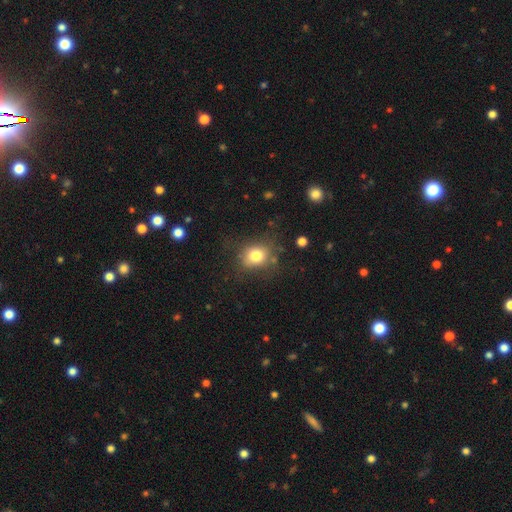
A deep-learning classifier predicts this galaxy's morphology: Smooth or featured?
  - smooth: 78% *
  - star or artifact: 11%
  - featured or disk: 10%
How rounded?
  - round: 66% *
  - in between: 33%
  - cigar-shaped: 1%
Merging?
  - none: 71% *
  - minor disturbance: 18%
  - major disturbance: 8%
  - merger: 3%